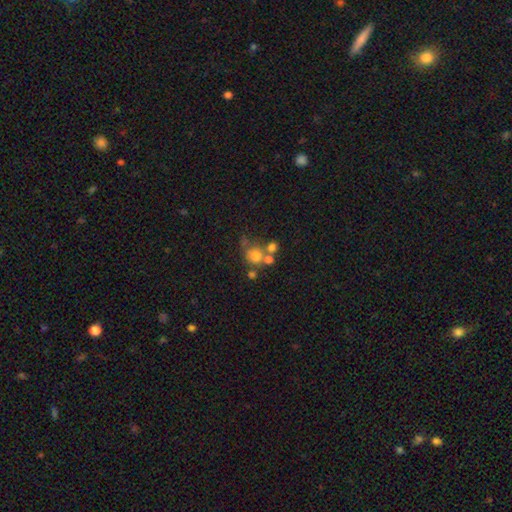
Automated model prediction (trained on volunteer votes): Smooth or featured? smooth (68%)
How rounded? round (82%)
Merging? none (45%)